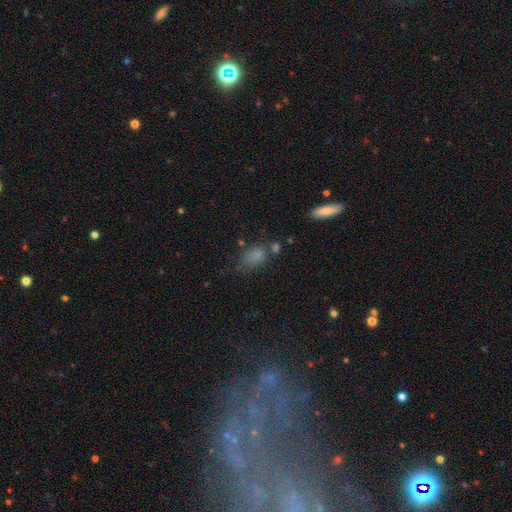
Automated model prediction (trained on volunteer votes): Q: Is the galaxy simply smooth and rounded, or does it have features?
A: smooth — 75%.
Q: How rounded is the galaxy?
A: in between — 75%.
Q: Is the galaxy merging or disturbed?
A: none — 52%.